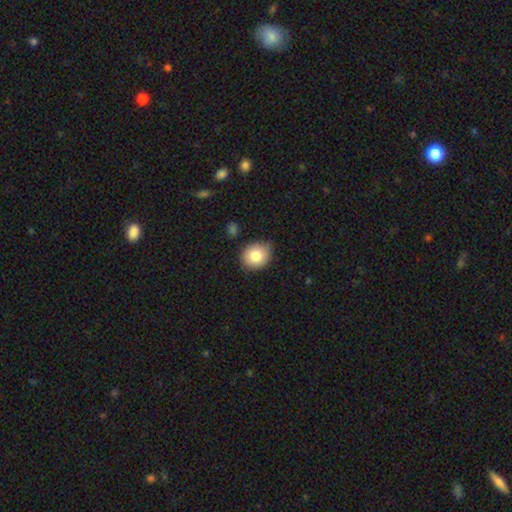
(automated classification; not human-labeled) A smooth galaxy with no disk features (82%) that is round (69%).

Vote fractions:
- Smooth or featured? smooth: 82% / featured or disk: 9% / star or artifact: 9%
- How rounded? round: 69% / in between: 30% / cigar-shaped: 1%
- Merging? none: 76% / minor disturbance: 18% / major disturbance: 3% / merger: 2%